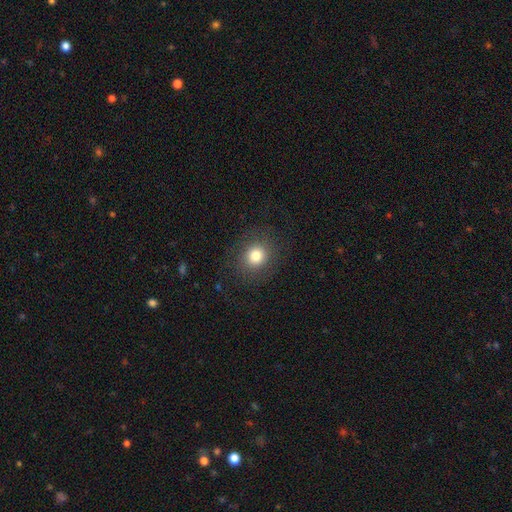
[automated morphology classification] Smooth or featured: smooth — 79% (star or artifact — 11%)
How rounded: round — 79% (in between — 20%)
Merging: none — 84% (minor disturbance — 10%)